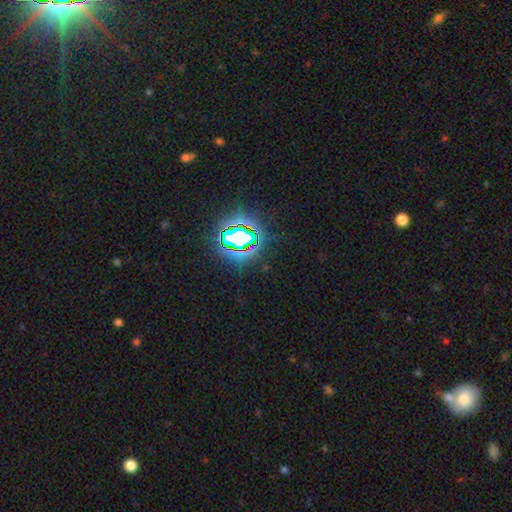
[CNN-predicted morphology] This is likely a star or artifact rather than a galaxy (79%).